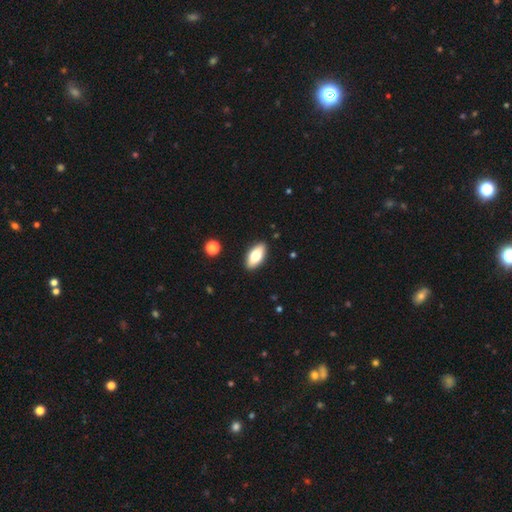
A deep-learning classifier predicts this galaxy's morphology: Smooth or featured?
  - smooth: 72% *
  - featured or disk: 21%
  - star or artifact: 7%
How rounded?
  - in between: 88% *
  - cigar-shaped: 9%
  - round: 3%
Merging?
  - none: 89% *
  - minor disturbance: 8%
  - major disturbance: 2%
  - merger: 1%